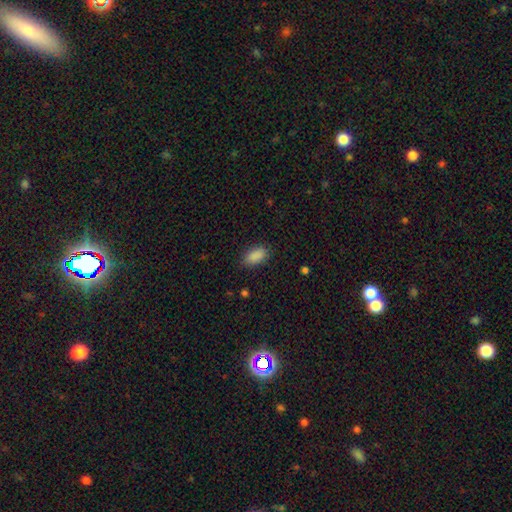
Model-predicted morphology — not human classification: A smooth galaxy with no disk features (89%) that is in between round and cigar-shaped (91%).

Vote fractions:
- Smooth or featured? smooth: 89% / star or artifact: 8% / featured or disk: 3%
- How rounded? in between: 91% / cigar-shaped: 5% / round: 4%
- Merging? none: 85% / minor disturbance: 11% / major disturbance: 3% / merger: 1%